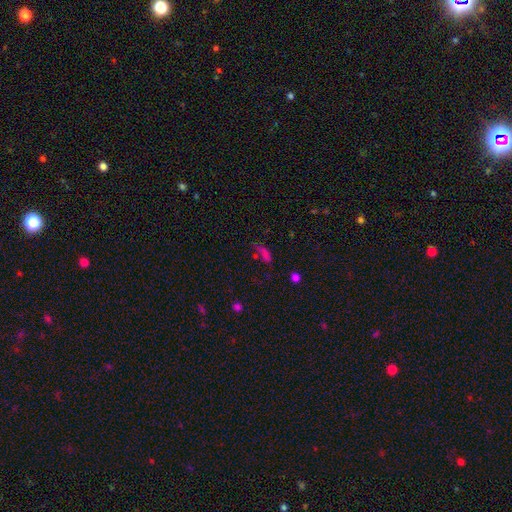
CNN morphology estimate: type=smooth (58%); roundness=in between (62%); merging=none (45%).